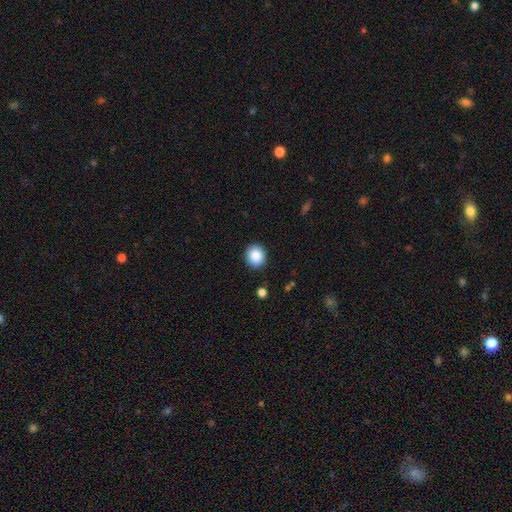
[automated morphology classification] This appears to be a smooth galaxy with no disk features (87%) that is round (83%). Merging: none (90%).